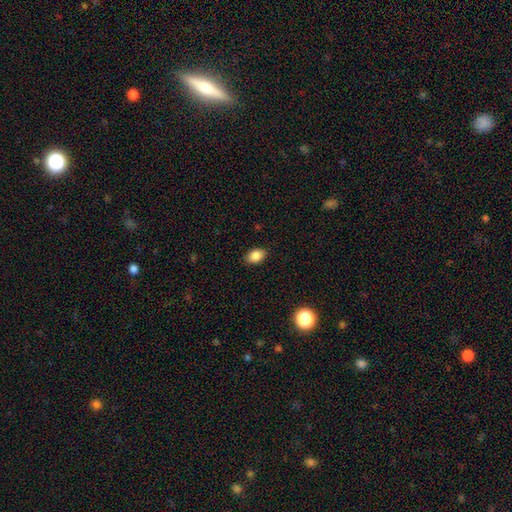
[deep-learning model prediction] The model was most divided on "how rounded": in between: 84%, round: 15%, cigar-shaped: 1%. More confident: merging — none (87%); smooth or featured — smooth (87%).